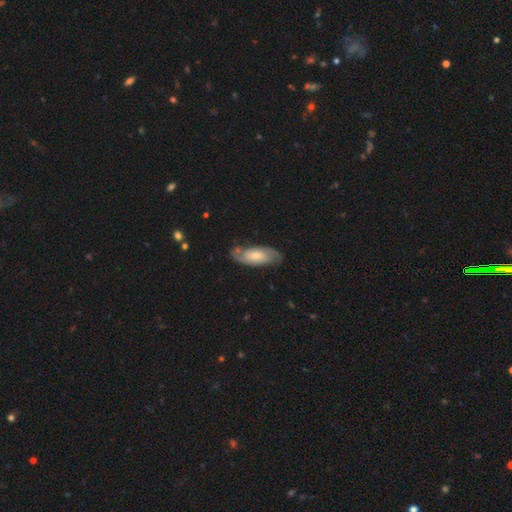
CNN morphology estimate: smooth-or-featured: featured or disk: 57% | smooth: 38% | star or artifact: 6%
  disk-edge-on: no: 88% | yes: 12%
  merging: none: 75% | minor disturbance: 18% | major disturbance: 5% | merger: 2%